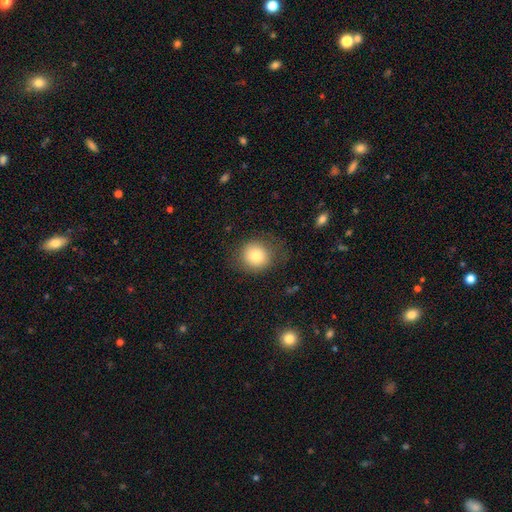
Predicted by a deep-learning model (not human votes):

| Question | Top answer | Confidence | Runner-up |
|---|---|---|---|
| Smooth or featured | smooth | 79% | featured or disk (11%) |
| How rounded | round | 85% | in between (14%) |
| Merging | none | 76% | minor disturbance (15%) |